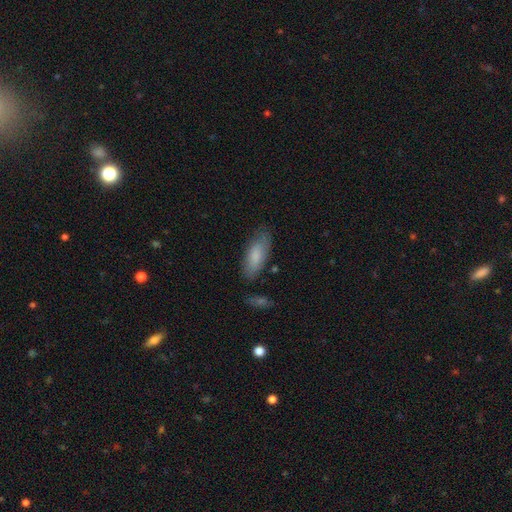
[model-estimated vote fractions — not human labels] This appears to be a smooth galaxy with no disk features (80%) that is in between round and cigar-shaped (74%). Merging: none (75%).